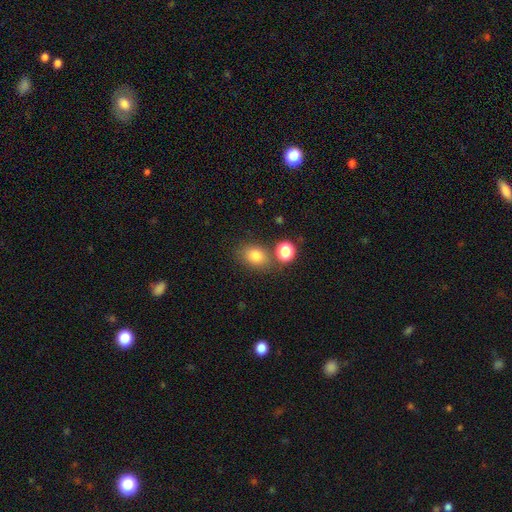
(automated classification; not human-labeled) smooth_or_featured: smooth (p=0.82) [alt: star or artifact p=0.11]
how_rounded: in between (p=0.68) [alt: round p=0.30]
merging: none (p=0.69) [alt: minor disturbance p=0.13]